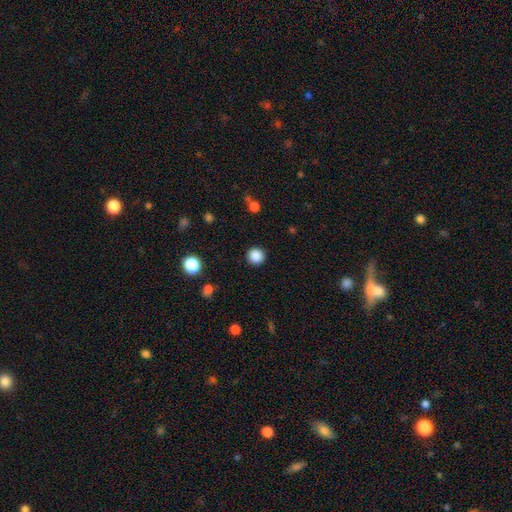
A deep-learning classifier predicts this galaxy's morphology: This appears to be a smooth galaxy with no disk features (87%) that is round (95%). Merging: none (92%).